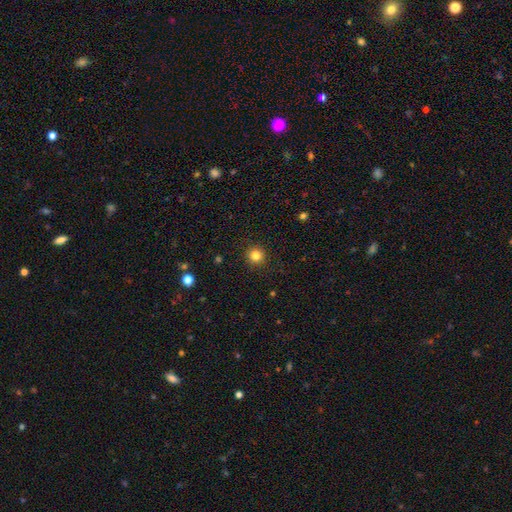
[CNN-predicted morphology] This appears to be a smooth galaxy with no disk features (83%) that is round (94%). Merging: none (91%).